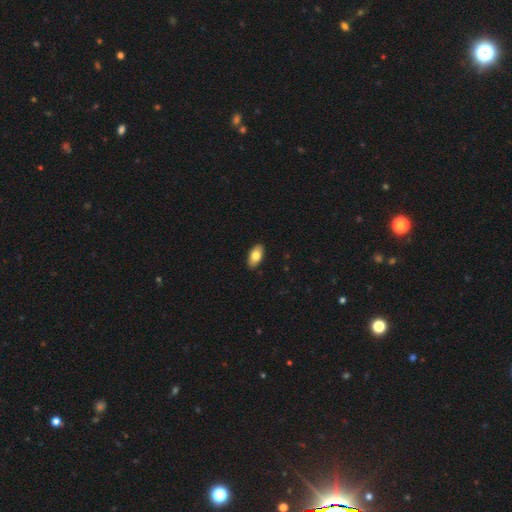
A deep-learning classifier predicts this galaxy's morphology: Smooth or featured? Predicted: smooth (p=0.79). How rounded? Predicted: in between (p=0.92). Merging? Predicted: none (p=0.89).